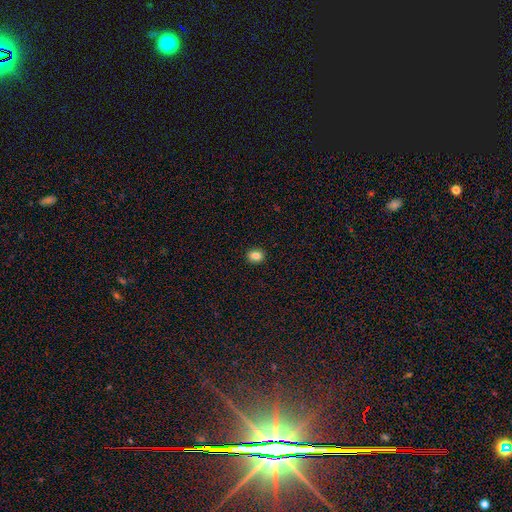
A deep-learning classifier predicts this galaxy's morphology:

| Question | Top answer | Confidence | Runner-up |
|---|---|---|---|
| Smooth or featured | smooth | 84% | star or artifact (10%) |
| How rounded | round | 62% | in between (37%) |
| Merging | none | 91% | minor disturbance (6%) |